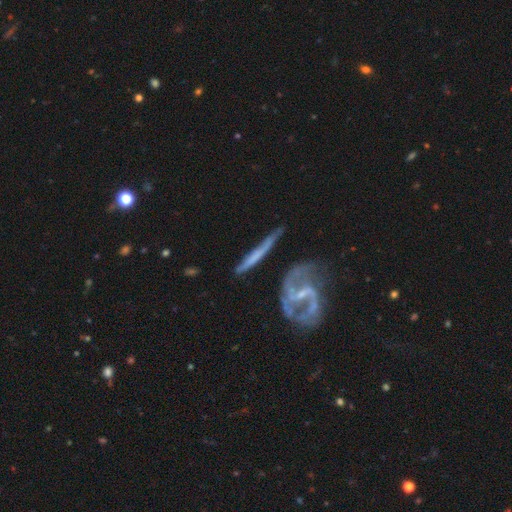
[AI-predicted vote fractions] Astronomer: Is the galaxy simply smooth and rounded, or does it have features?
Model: featured or disk — 67%.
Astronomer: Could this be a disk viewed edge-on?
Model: yes — 55% (runner-up: no, 45%).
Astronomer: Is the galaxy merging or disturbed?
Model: none — 59%.